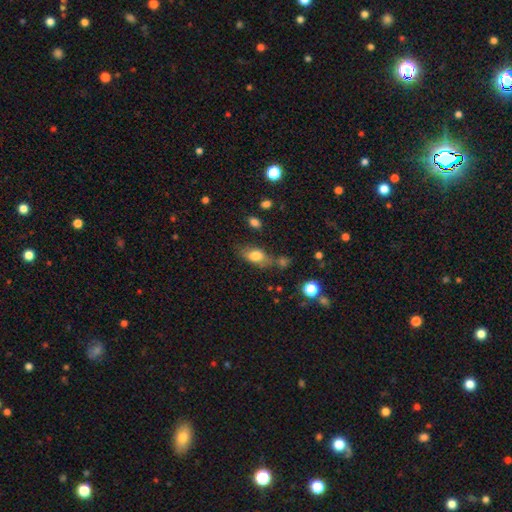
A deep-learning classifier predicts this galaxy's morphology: smooth-or-featured: smooth: 75% | featured or disk: 16% | star or artifact: 9%
  how-rounded: in between: 82% | round: 9% | cigar-shaped: 8%
  merging: none: 59% | minor disturbance: 21% | merger: 12% | major disturbance: 8%